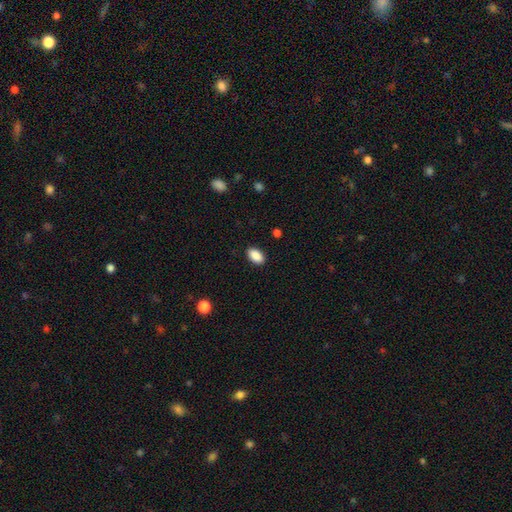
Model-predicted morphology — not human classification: This appears to be a smooth galaxy with no disk features (90%) that is in between round and cigar-shaped (93%). Merging: none (89%).